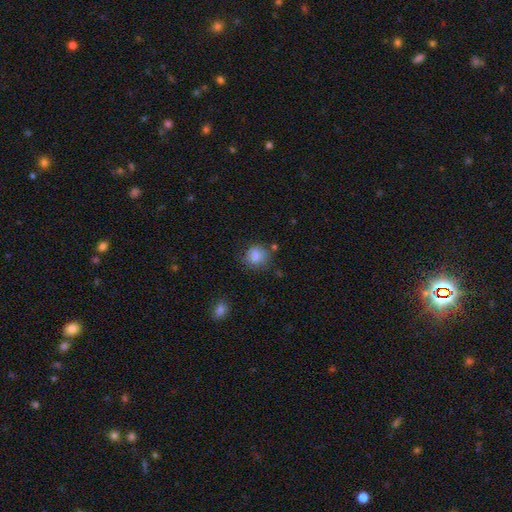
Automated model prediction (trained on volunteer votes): smooth-or-featured: smooth: 80% | featured or disk: 10% | star or artifact: 10%
  how-rounded: round: 70% | in between: 29% | cigar-shaped: 1%
  merging: none: 66% | minor disturbance: 22% | major disturbance: 8% | merger: 5%